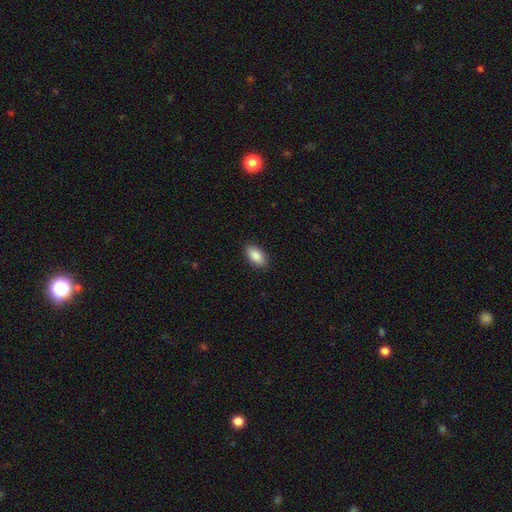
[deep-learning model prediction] The model was most divided on "merging": none: 89%, minor disturbance: 8%, major disturbance: 2%, merger: 1%. More confident: how rounded — in between (93%); smooth or featured — smooth (89%).